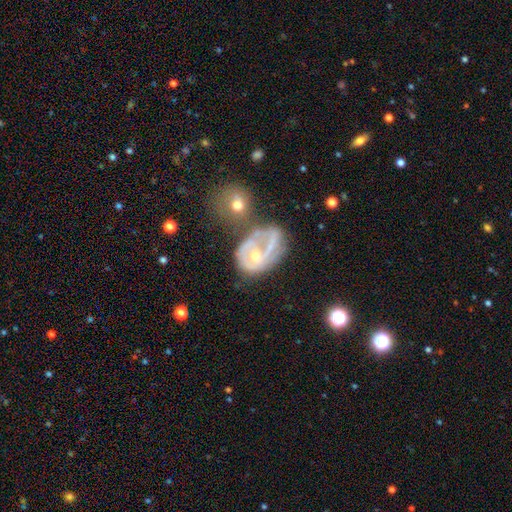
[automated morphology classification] Q: Smooth or featured?
A: featured or disk (71%); runner-up: smooth (21%)
Q: Edge-on disk?
A: no (97%); runner-up: yes (3%)
Q: Bar?
A: no (60%); runner-up: weak (30%)
Q: Spiral arms?
A: yes (61%); runner-up: no (39%)
Q: Bulge size?
A: moderate (48%); runner-up: small (45%)
Q: Merging?
A: merger (27%); tied with: major disturbance (27%)